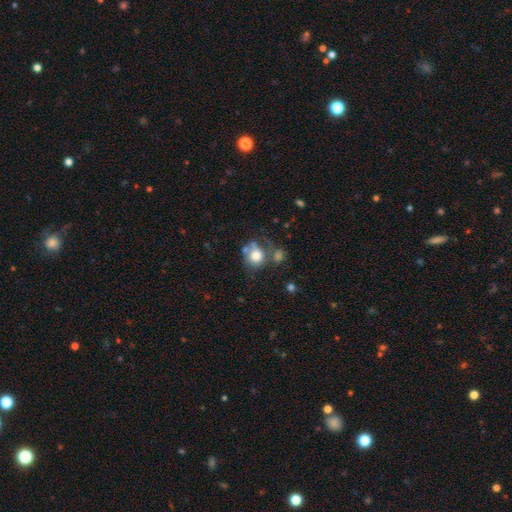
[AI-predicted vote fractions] Smooth or featured? smooth (73%)
How rounded? round (71%)
Merging? none (41%)